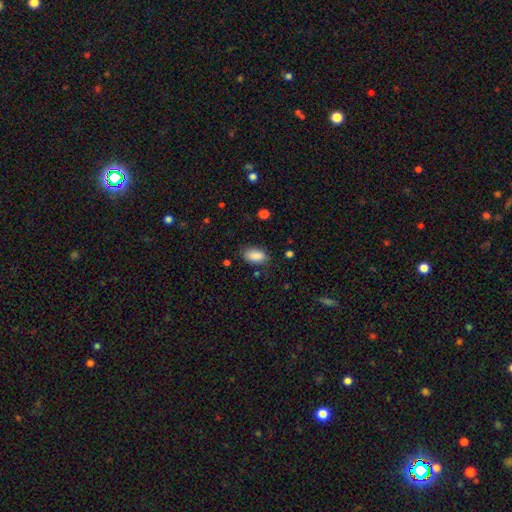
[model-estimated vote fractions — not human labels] Morphology: type=smooth (88%); roundness=in between (92%); merging=none (78%).